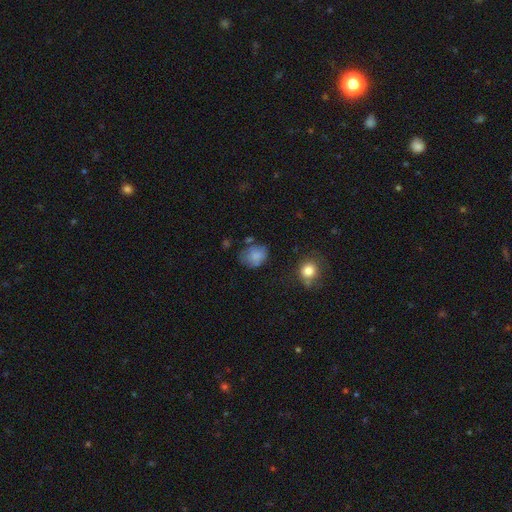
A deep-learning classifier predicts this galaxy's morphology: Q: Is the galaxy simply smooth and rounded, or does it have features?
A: smooth — 73%.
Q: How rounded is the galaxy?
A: in between — 50%.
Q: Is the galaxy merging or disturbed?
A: none — 57%.